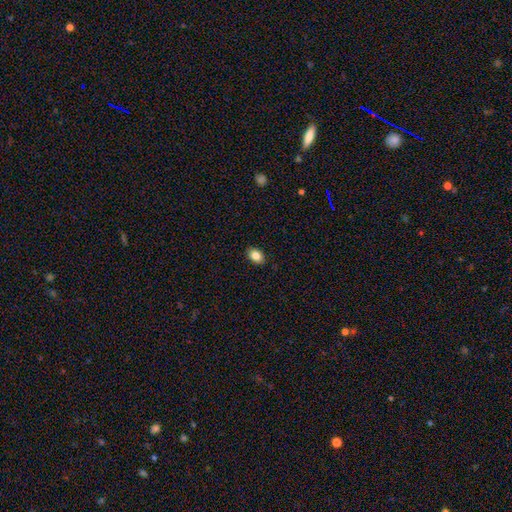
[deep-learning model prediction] Smooth or featured? Predicted: smooth (p=0.85). How rounded? Predicted: in between (p=0.78). Merging? Predicted: none (p=0.89).